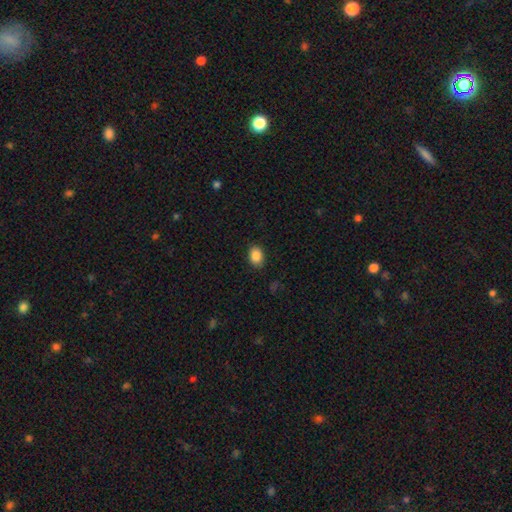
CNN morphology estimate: A smooth galaxy with no disk features (87%) that is in between round and cigar-shaped (75%). Merging: none (88%).